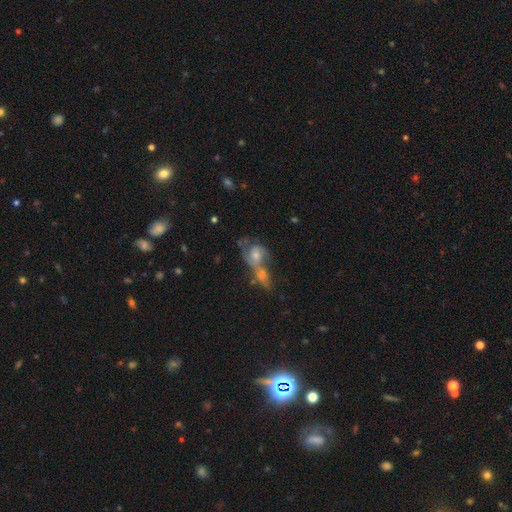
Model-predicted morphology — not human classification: This appears to be a featured or disk galaxy (64%) with no bar (67%), 2 (63%) medium (47%) spiral arms (83%) and a moderate central bulge (54%). Merging: merger (56%).